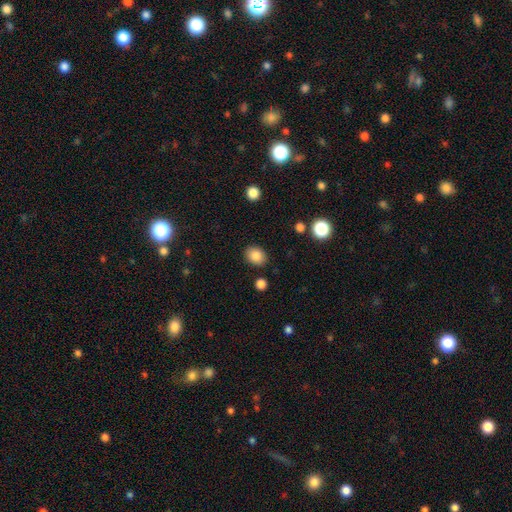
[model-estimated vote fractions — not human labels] Smooth or featured: smooth — 86% (star or artifact — 9%)
How rounded: in between — 58% (round — 41%)
Merging: none — 87% (minor disturbance — 9%)